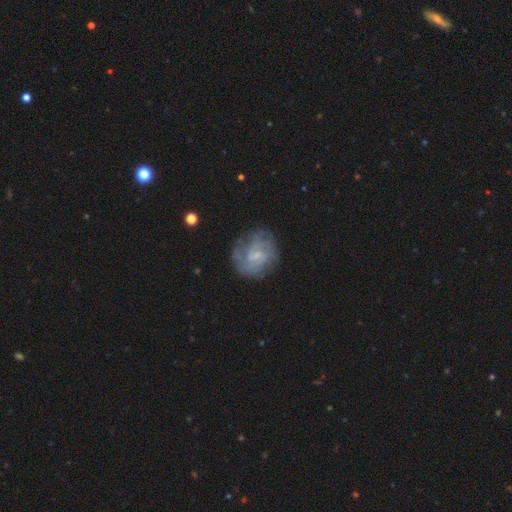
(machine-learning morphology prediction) Smooth or featured? featured or disk (74%)
Edge-on disk? no (98%)
Bar? weak (56%)
Spiral arms? yes (89%)
Spiral winding? tight (48%)
Spiral arm count? can't tell (39%)
Bulge size? small (57%)
Merging? none (71%)